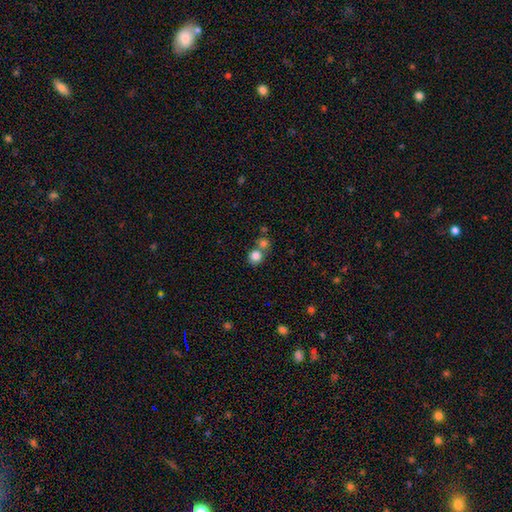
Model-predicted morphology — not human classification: type=smooth (82%); roundness=round (87%); merging=none (51%).